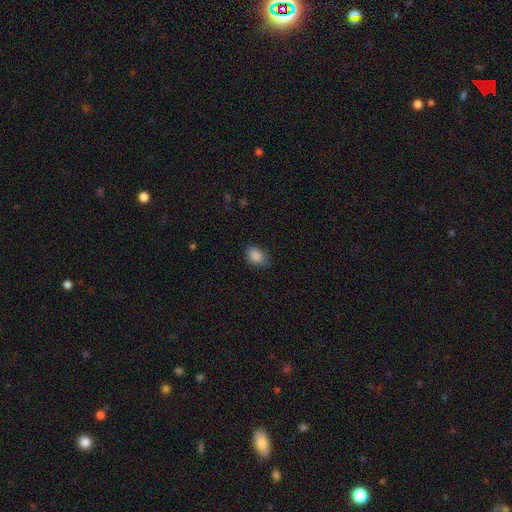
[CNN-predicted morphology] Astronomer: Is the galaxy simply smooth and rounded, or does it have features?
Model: smooth — 87%.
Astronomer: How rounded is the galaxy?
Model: in between — 70%.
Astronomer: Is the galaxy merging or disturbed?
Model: none — 73%.